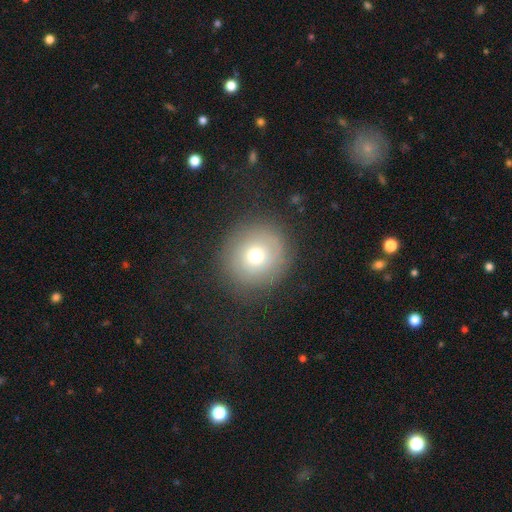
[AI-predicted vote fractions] Smooth or featured?
  - smooth: 62% *
  - featured or disk: 24%
  - star or artifact: 14%
How rounded?
  - round: 92% *
  - in between: 7%
  - cigar-shaped: 1%
Merging?
  - none: 83% *
  - minor disturbance: 10%
  - major disturbance: 5%
  - merger: 1%